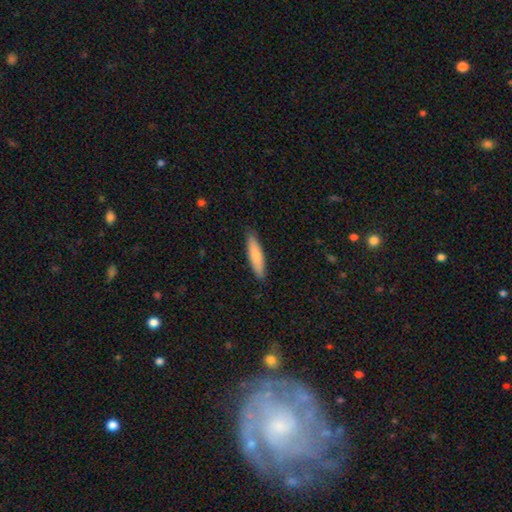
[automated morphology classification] Smooth or featured: smooth — 79% (featured or disk — 15%)
How rounded: cigar-shaped — 78% (in between — 21%)
Merging: none — 89% (minor disturbance — 9%)